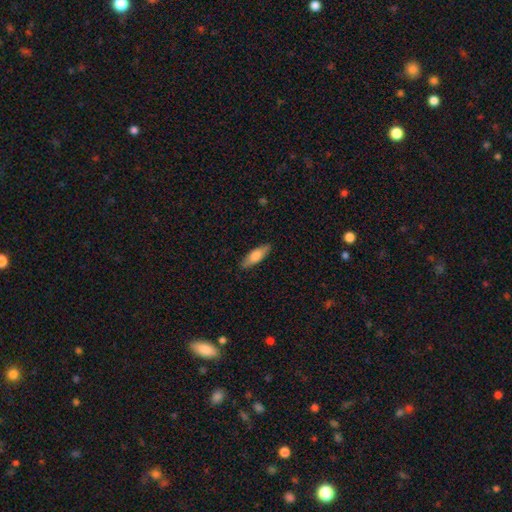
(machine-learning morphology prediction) Q: Smooth or featured?
A: smooth (71%); runner-up: featured or disk (23%)
Q: How rounded?
A: in between (52%); runner-up: cigar-shaped (46%)
Q: Merging?
A: none (87%); runner-up: minor disturbance (10%)